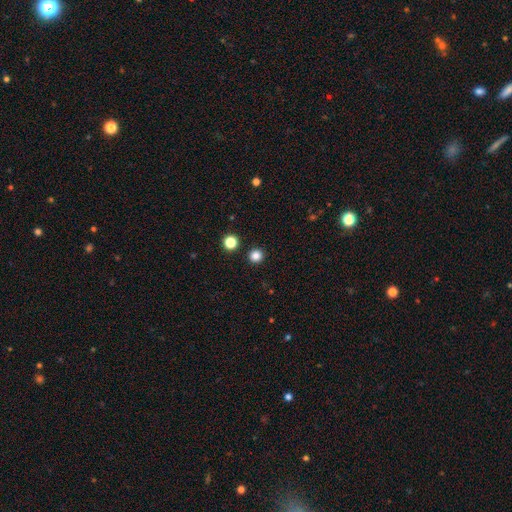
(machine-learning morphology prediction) Smooth or featured?
  - smooth: 83% *
  - star or artifact: 13%
  - featured or disk: 3%
How rounded?
  - round: 94% *
  - in between: 5%
  - cigar-shaped: 1%
Merging?
  - none: 92% *
  - minor disturbance: 4%
  - merger: 2%
  - major disturbance: 2%